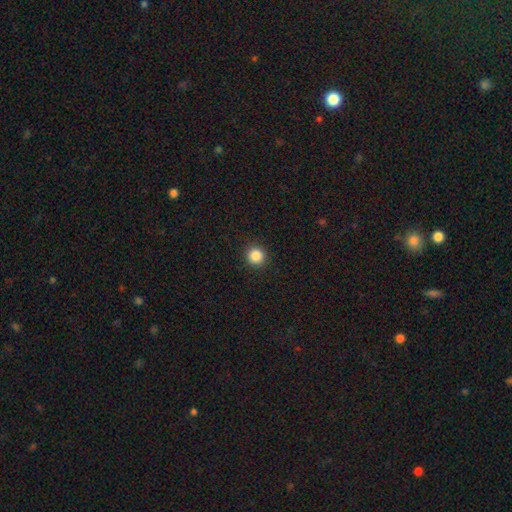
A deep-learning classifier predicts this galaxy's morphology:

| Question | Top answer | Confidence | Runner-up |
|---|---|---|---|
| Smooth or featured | smooth | 86% | star or artifact (11%) |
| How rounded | round | 94% | in between (5%) |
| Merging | none | 93% | minor disturbance (5%) |